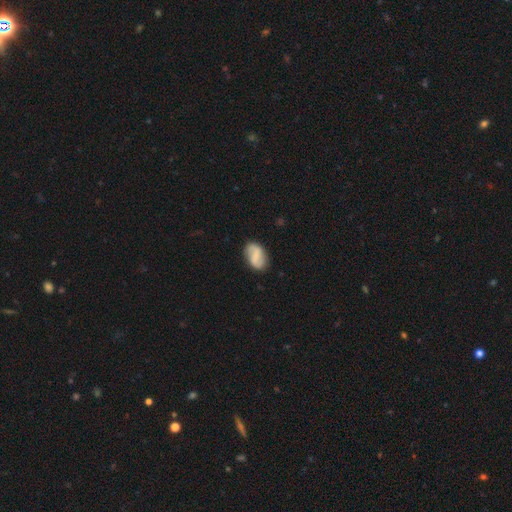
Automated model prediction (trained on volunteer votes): featured or disk 53%, smooth 40%, star or artifact 7%. Down the decision tree: edge-on disk — no (97%); bar — weak (43%); spiral arms — yes (86%); bulge size — none (52%); merging — none (80%).